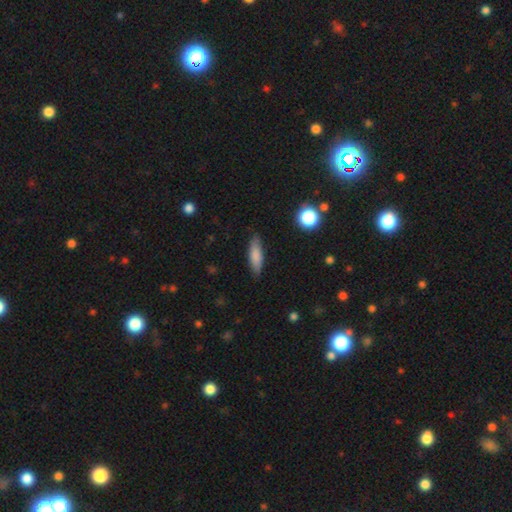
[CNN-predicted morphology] This is likely a smooth galaxy (79%). How rounded: possibly cigar-shaped (55%). Merging: clearly none (82%).